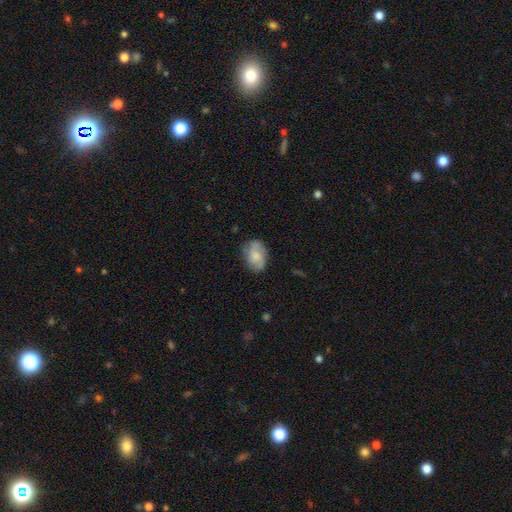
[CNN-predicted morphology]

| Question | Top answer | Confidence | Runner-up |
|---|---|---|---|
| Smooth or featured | smooth | 55% | featured or disk (37%) |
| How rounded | in between | 83% | round (16%) |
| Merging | none | 70% | minor disturbance (22%) |